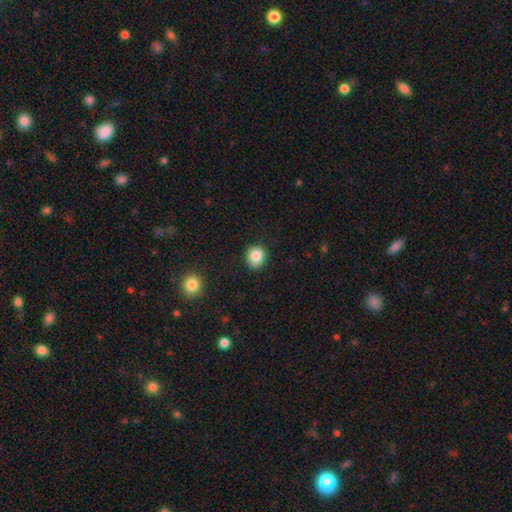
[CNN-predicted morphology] A smooth galaxy with no disk features (86%) that is round (67%).

Vote fractions:
- Smooth or featured? smooth: 86% / star or artifact: 10% / featured or disk: 5%
- How rounded? round: 67% / in between: 32% / cigar-shaped: 1%
- Merging? none: 84% / minor disturbance: 12% / major disturbance: 3% / merger: 1%